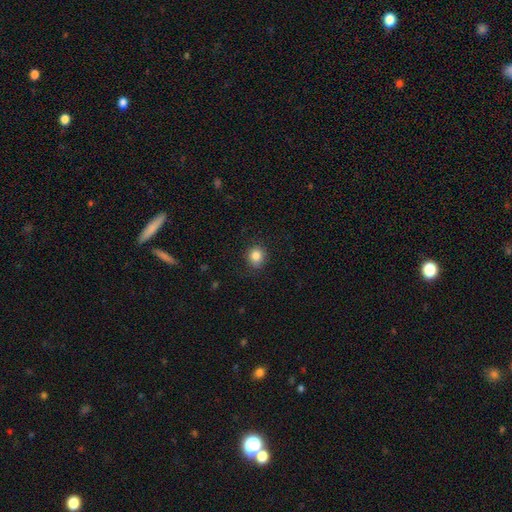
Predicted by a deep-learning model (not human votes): Morphology: type=smooth (84%); roundness=round (82%); merging=none (86%).